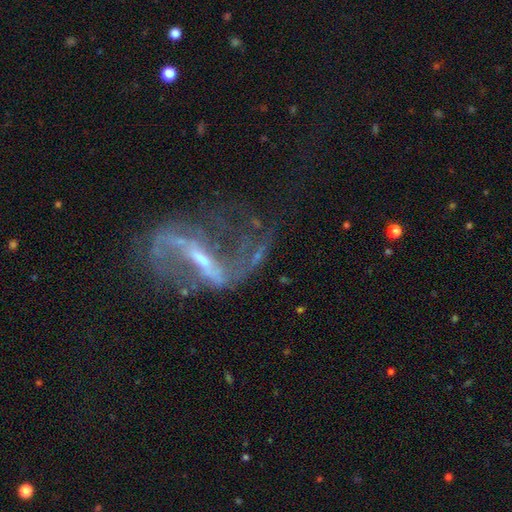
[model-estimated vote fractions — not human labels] smooth-or-featured: featured or disk: 85% | star or artifact: 9% | smooth: 6%
  disk-edge-on: no: 91% | yes: 9%
    bar: strong: 55% | weak: 30% | no: 15%
    has-spiral-arms: yes: 85% | no: 15%
      spiral-winding: loose: 73% | medium: 20% | tight: 7%
      spiral-arm-count: 2: 82% | can't tell: 6% | 1: 6% | 3: 2% | 4: 2% | more than 4: 2%
    bulge-size: small: 57% | moderate: 29% | none: 10% | large: 3% | dominant: 1%
  merging: none: 43% | major disturbance: 34% | minor disturbance: 16% | merger: 8%